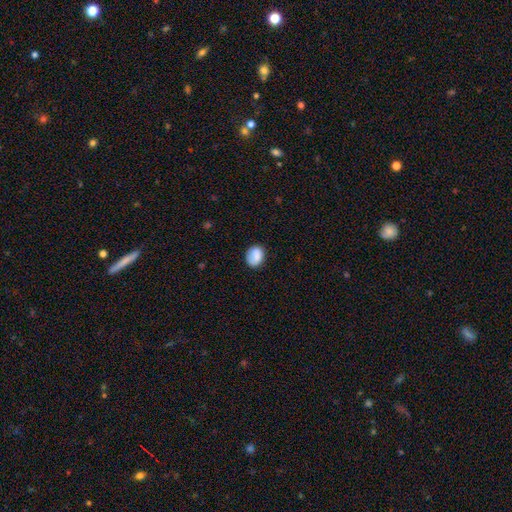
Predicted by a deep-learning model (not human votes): smooth-or-featured: smooth: 83% | featured or disk: 9% | star or artifact: 8%
  how-rounded: in between: 52% | round: 47% | cigar-shaped: 1%
  merging: none: 74% | minor disturbance: 18% | major disturbance: 5% | merger: 2%